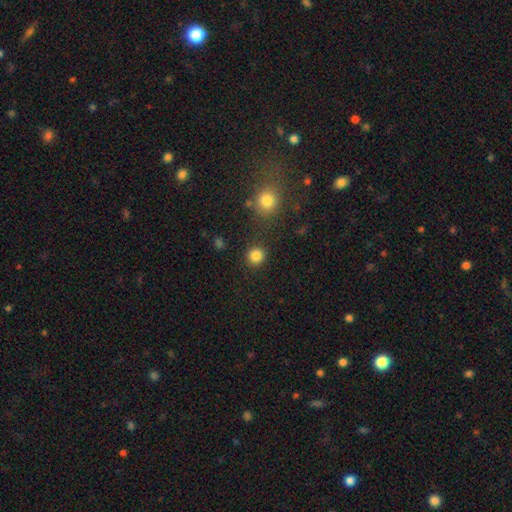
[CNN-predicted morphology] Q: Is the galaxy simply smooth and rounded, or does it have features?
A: smooth — 85%.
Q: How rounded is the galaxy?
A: round — 92%.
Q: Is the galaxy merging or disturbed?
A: none — 88%.